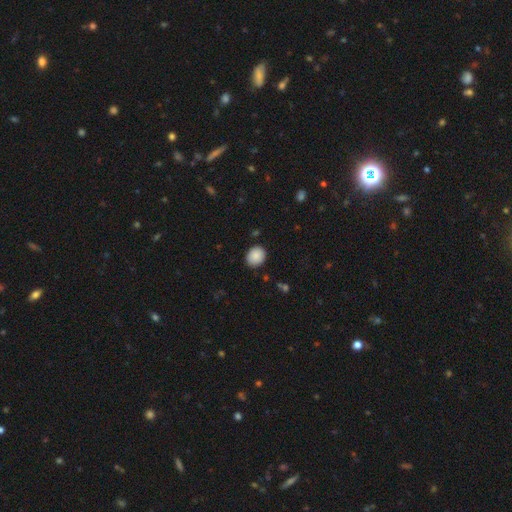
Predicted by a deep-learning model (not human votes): This appears to be a smooth galaxy with no disk features (88%) that is round (66%). Merging: none (86%).